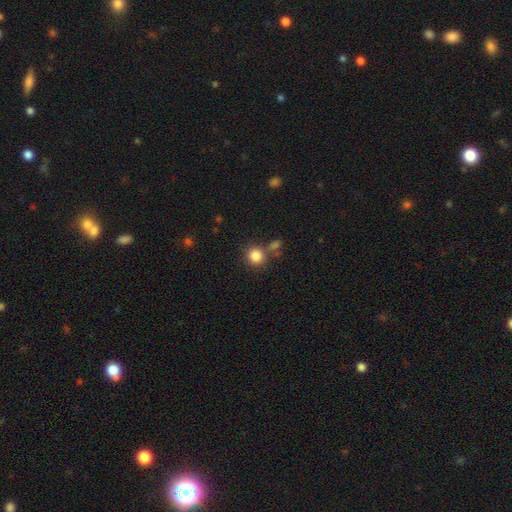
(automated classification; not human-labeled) Morphology: type=smooth (85%); roundness=round (89%); merging=none (71%).